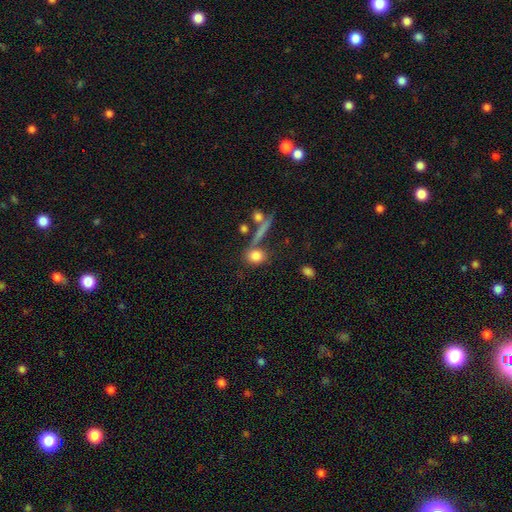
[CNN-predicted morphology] Overall: smooth (80%). How rounded: round (60%; in between 34%). Merging: none (62%).